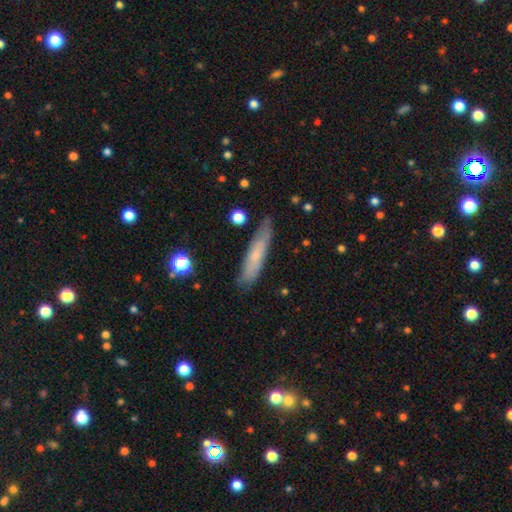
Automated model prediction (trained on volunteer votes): Smooth or featured?
  - smooth: 58% *
  - featured or disk: 35%
  - star or artifact: 7%
How rounded?
  - cigar-shaped: 82% *
  - in between: 16%
  - round: 2%
Merging?
  - none: 80% *
  - minor disturbance: 15%
  - major disturbance: 3%
  - merger: 2%